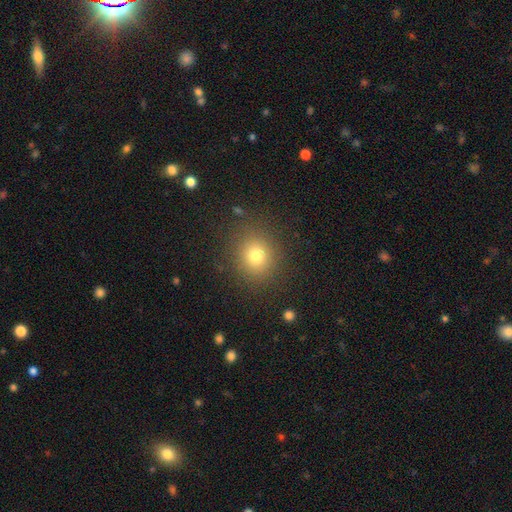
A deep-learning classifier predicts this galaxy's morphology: smooth_or_featured: smooth (p=0.76) [alt: star or artifact p=0.16]
how_rounded: round (p=0.83) [alt: in between p=0.16]
merging: none (p=0.87) [alt: minor disturbance p=0.08]